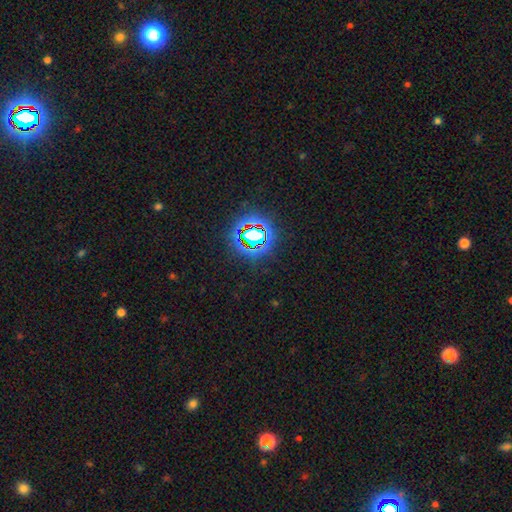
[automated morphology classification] Smooth or featured?
  - star or artifact: 79% *
  - smooth: 14%
  - featured or disk: 7%